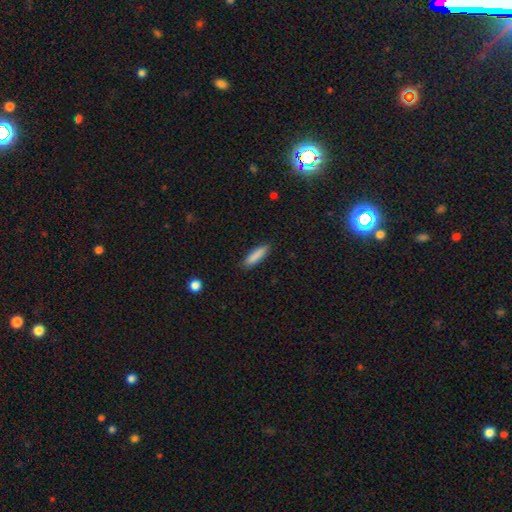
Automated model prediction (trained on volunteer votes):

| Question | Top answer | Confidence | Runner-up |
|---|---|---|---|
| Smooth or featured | smooth | 87% | featured or disk (7%) |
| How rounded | cigar-shaped | 69% | in between (30%) |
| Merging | none | 88% | minor disturbance (8%) |